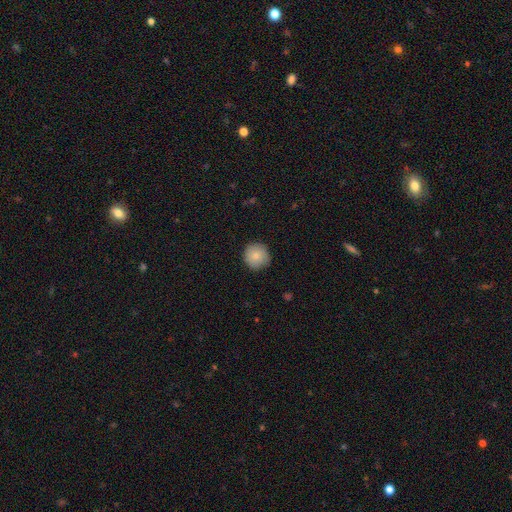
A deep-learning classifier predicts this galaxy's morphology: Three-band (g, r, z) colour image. It shows a smooth galaxy with no disk features (83%) that is round (95%). Merging: none (86%).